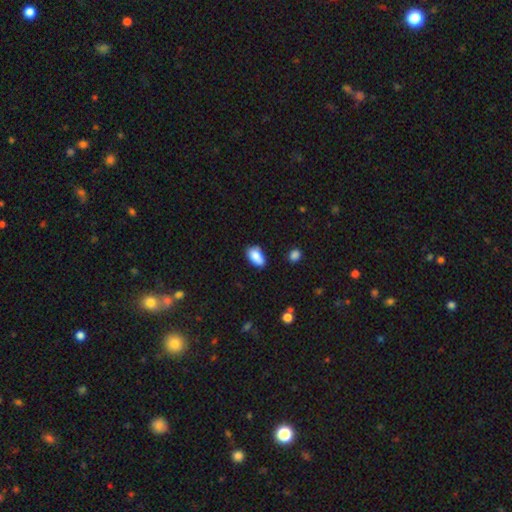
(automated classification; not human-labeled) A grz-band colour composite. It shows a smooth galaxy with no disk features (86%) that is in between round and cigar-shaped (91%). Merging: none (63%).